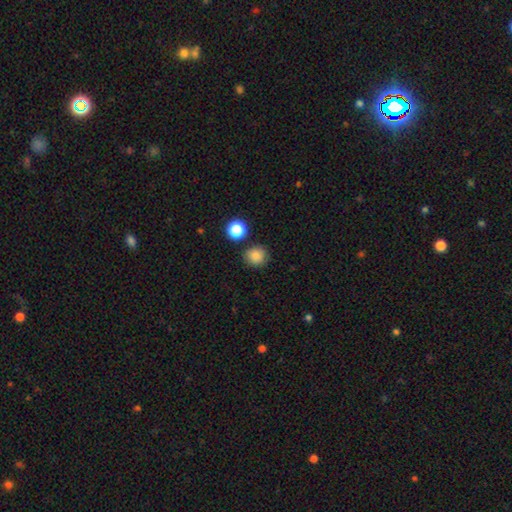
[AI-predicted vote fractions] A smooth galaxy with no disk features (85%) that is round (87%).

Vote fractions:
- Smooth or featured? smooth: 85% / star or artifact: 11% / featured or disk: 4%
- How rounded? round: 87% / in between: 12% / cigar-shaped: 1%
- Merging? none: 83% / minor disturbance: 10% / merger: 5% / major disturbance: 3%